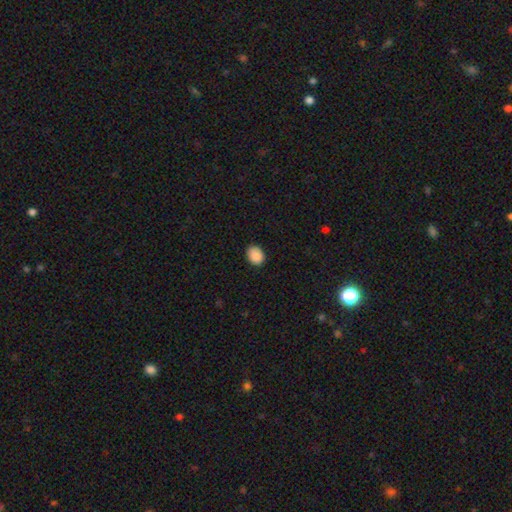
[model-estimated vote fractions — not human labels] This is clearly a smooth galaxy (89%). How rounded: possibly in between (51%). Merging: clearly none (87%).